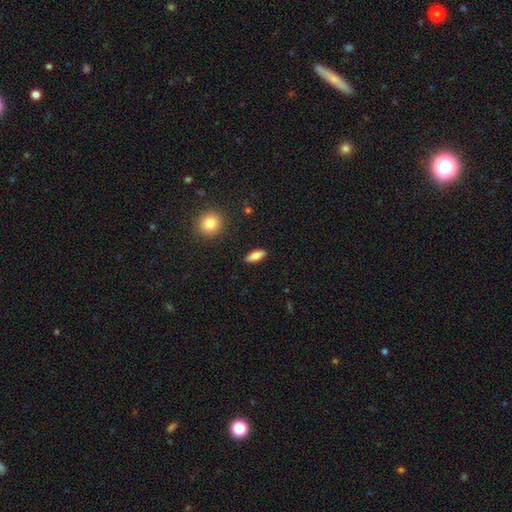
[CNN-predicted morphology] Smooth or featured? smooth (78%)
How rounded? in between (70%)
Merging? none (88%)